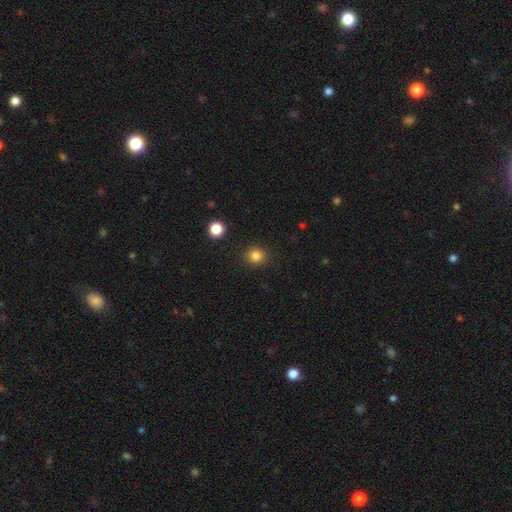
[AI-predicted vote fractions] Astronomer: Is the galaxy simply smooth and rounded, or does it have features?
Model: smooth — 83%.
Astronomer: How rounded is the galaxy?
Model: round — 88%.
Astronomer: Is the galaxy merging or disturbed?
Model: none — 91%.